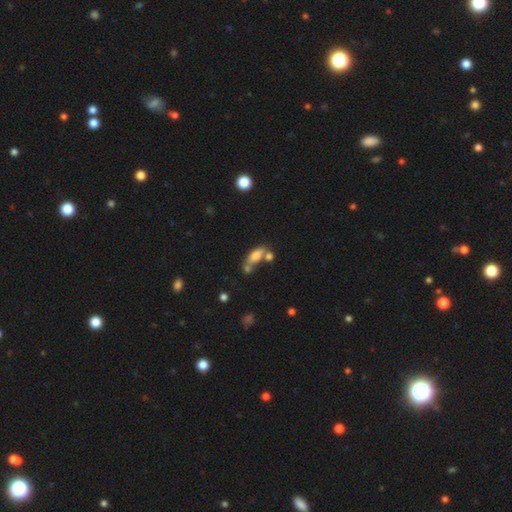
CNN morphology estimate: Q: Smooth or featured?
A: smooth (69%); runner-up: featured or disk (21%)
Q: How rounded?
A: in between (73%); runner-up: cigar-shaped (22%)
Q: Merging?
A: merger (37%); tied with: none (37%)